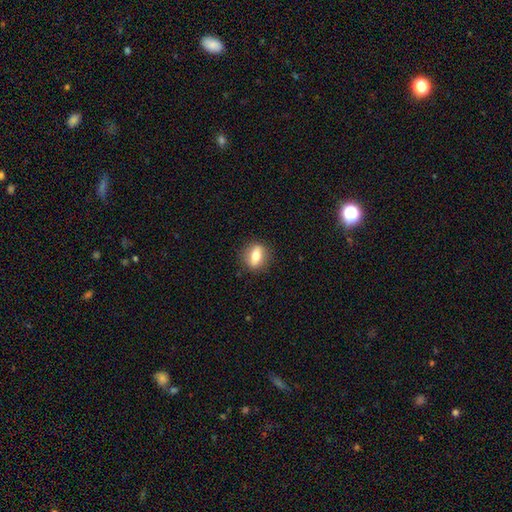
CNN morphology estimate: The model was most divided on "how rounded": in between: 54%, round: 35%, cigar-shaped: 10%. More confident: merging — none (87%); smooth or featured — smooth (60%).